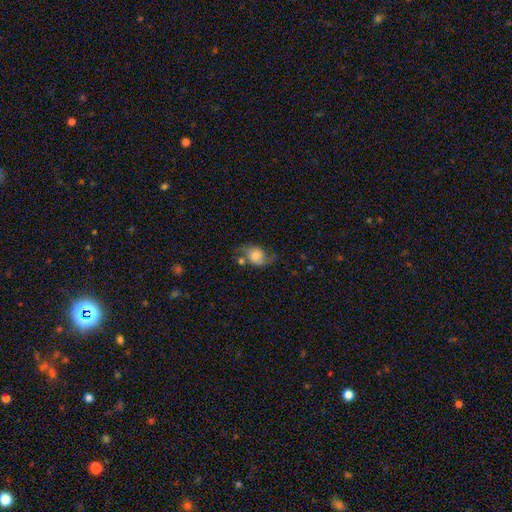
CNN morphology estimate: A featured or disk galaxy (49%). Merging: none (49%).